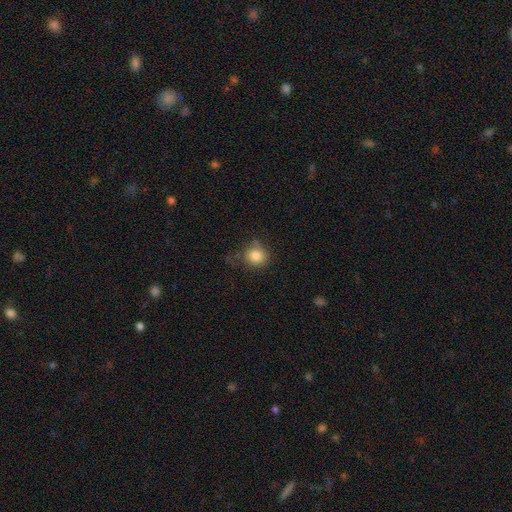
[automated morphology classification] Smooth or featured? Predicted: smooth (p=0.83). How rounded? Predicted: round (p=0.85). Merging? Predicted: none (p=0.69).